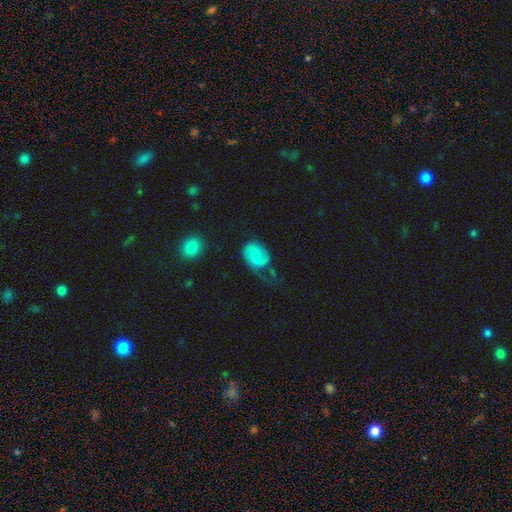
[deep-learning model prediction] Smooth or featured? smooth (47%)
Merging? none (47%)